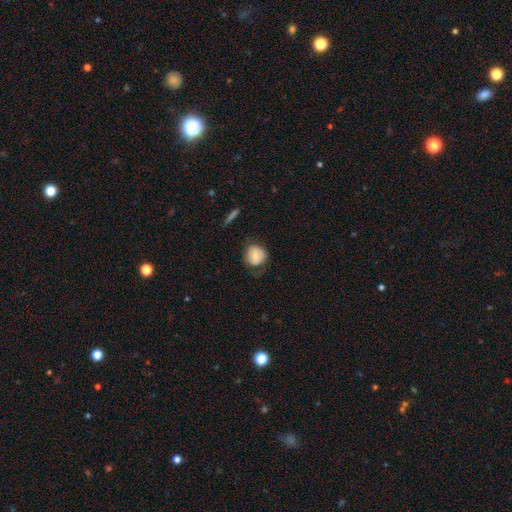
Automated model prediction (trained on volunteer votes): A smooth galaxy with no disk features (71%) that is round (83%).

Vote fractions:
- Smooth or featured? smooth: 71% / featured or disk: 22% / star or artifact: 8%
- How rounded? round: 83% / in between: 16% / cigar-shaped: 1%
- Merging? none: 56% / minor disturbance: 27% / major disturbance: 14% / merger: 2%